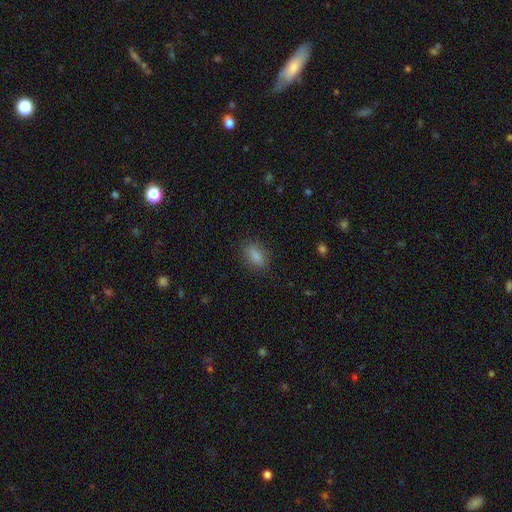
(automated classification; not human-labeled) Smooth or featured? Predicted: smooth (p=0.85). How rounded? Predicted: in between (p=0.83). Merging? Predicted: none (p=0.83).